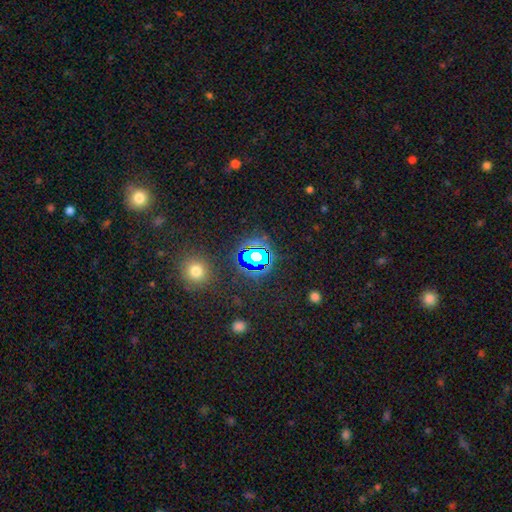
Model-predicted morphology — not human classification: smooth_or_featured: star or artifact (p=0.74) [alt: smooth p=0.16]